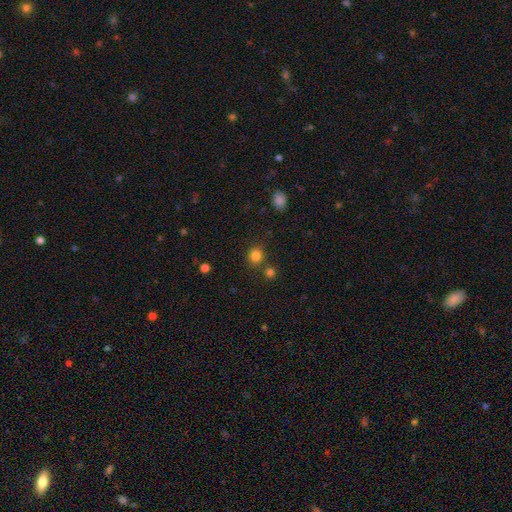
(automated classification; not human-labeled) Overall: smooth (81%). How rounded: round (90%). Merging: none (78%).